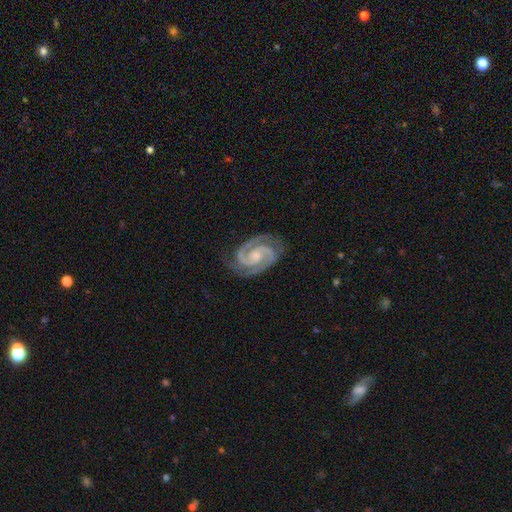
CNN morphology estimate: This is clearly a featured or disk galaxy (94%). It is clearly not viewed edge-on (98%). Bar: possibly no (54%). Spiral arm pattern: clearly yes (99%). Spiral arm count: clearly 2 (94%). Spiral winding: possibly tight (54%). Central bulge: possibly small (47%). Merging: clearly none (83%).